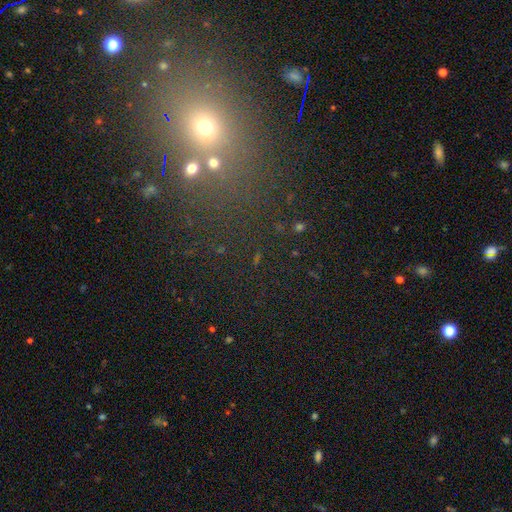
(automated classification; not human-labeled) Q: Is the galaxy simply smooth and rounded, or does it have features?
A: star or artifact — 54%.